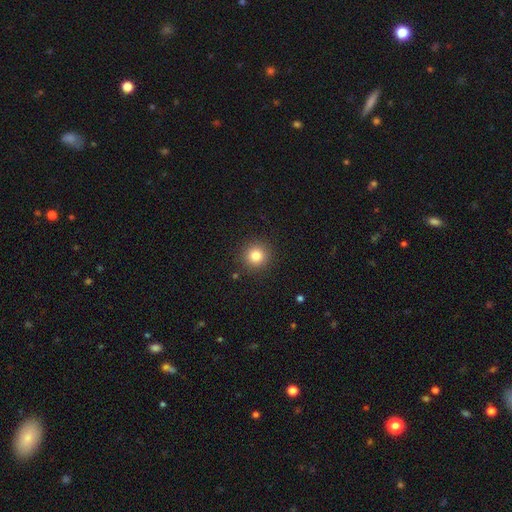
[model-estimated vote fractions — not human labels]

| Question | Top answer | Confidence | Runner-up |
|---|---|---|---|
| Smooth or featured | smooth | 83% | star or artifact (11%) |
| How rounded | round | 94% | in between (5%) |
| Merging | none | 90% | minor disturbance (6%) |